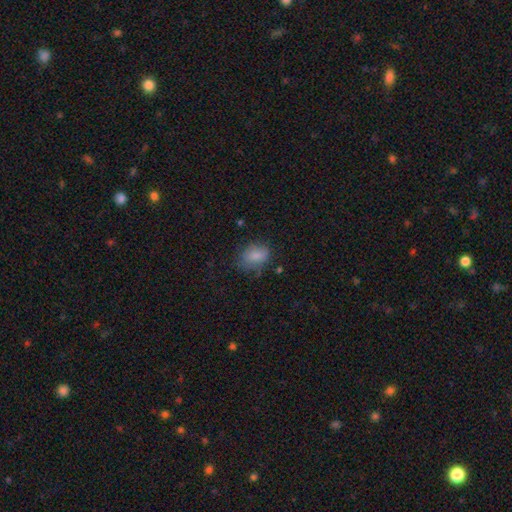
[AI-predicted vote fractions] smooth 80%, featured or disk 11%, star or artifact 9%. Down the decision tree: how rounded — in between (72%); merging — none (63%).